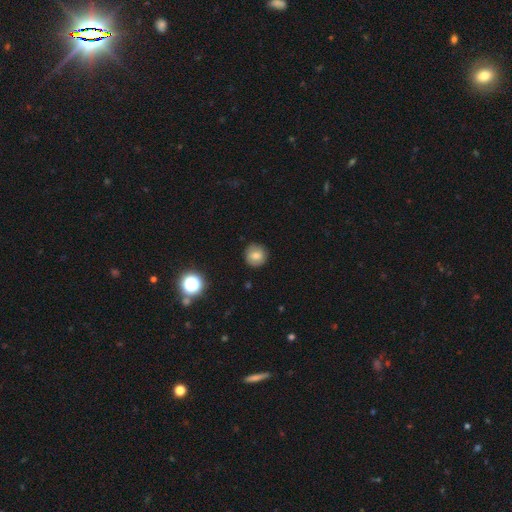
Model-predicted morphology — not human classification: Overall: smooth (75%). How rounded: round (92%). Merging: none (88%).